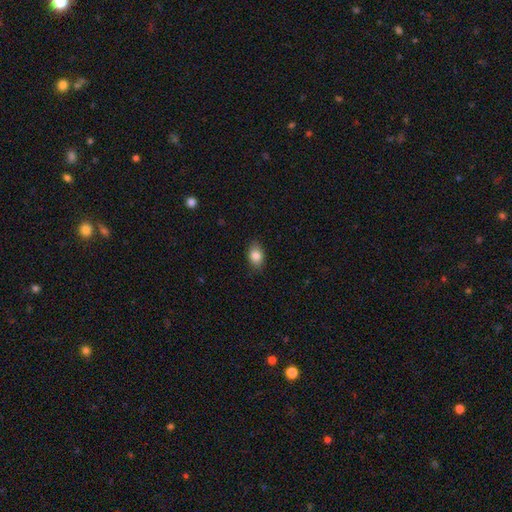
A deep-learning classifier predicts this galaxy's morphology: The model was most divided on "how rounded": in between: 82%, round: 16%, cigar-shaped: 2%. More confident: merging — none (86%); smooth or featured — smooth (85%).